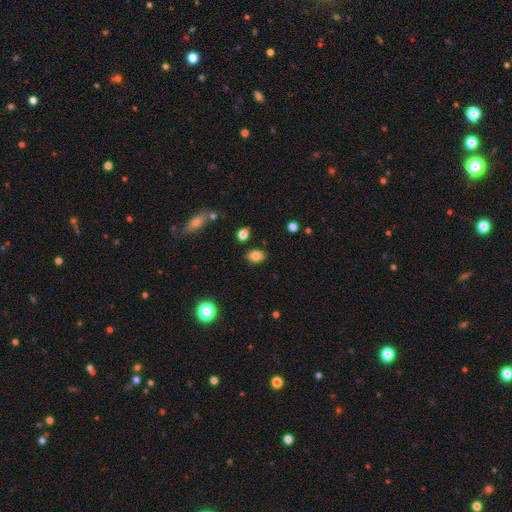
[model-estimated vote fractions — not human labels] This appears to be a smooth galaxy with no disk features (81%) that is in between round and cigar-shaped (81%). Merging: none (84%).